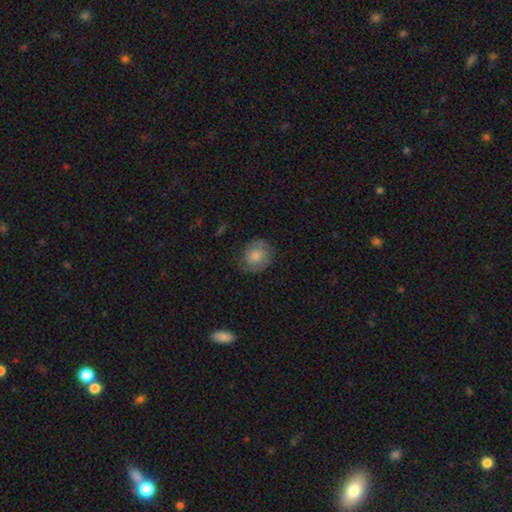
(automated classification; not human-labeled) Overall: smooth (53%; featured or disk 37%). How rounded: round (74%). Merging: none (77%).